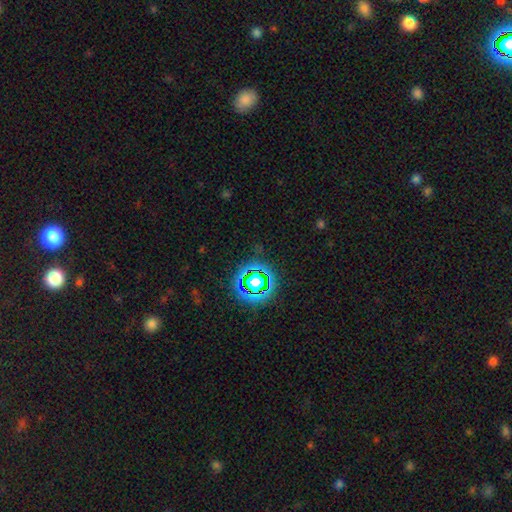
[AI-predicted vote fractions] star or artifact 73%, smooth 17%, featured or disk 10%.